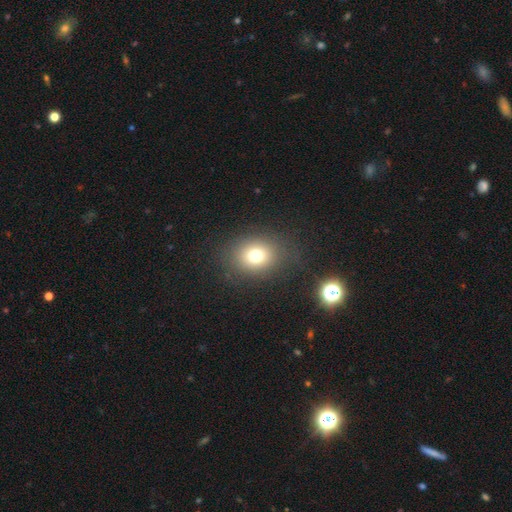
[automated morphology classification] A smooth galaxy with no disk features (73%) that is round (60%). Merging: none (82%).